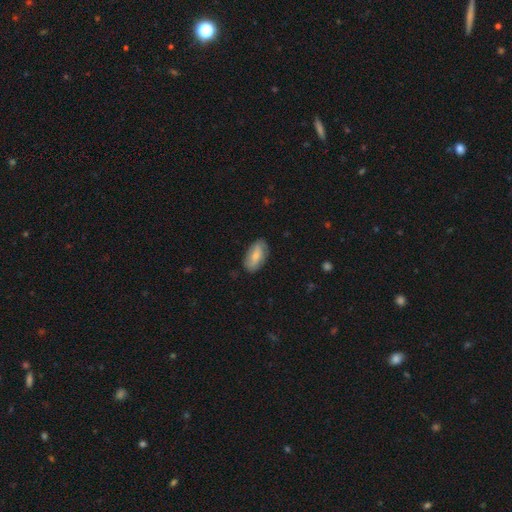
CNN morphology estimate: Smooth or featured? Predicted: smooth (p=0.71). How rounded? Predicted: in between (p=0.91). Merging? Predicted: none (p=0.79).